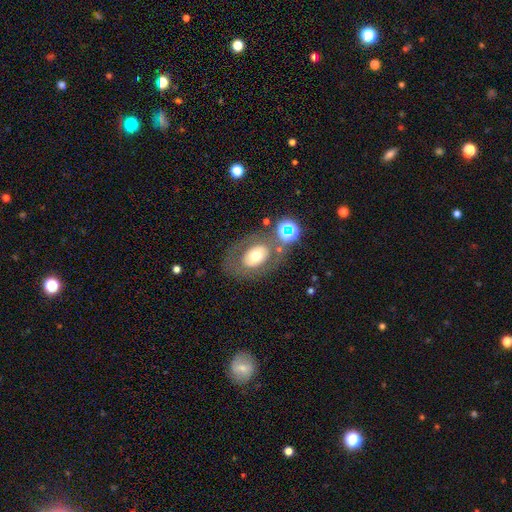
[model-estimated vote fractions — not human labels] Overall: smooth (50%; featured or disk 38%). Merging: none (69%).